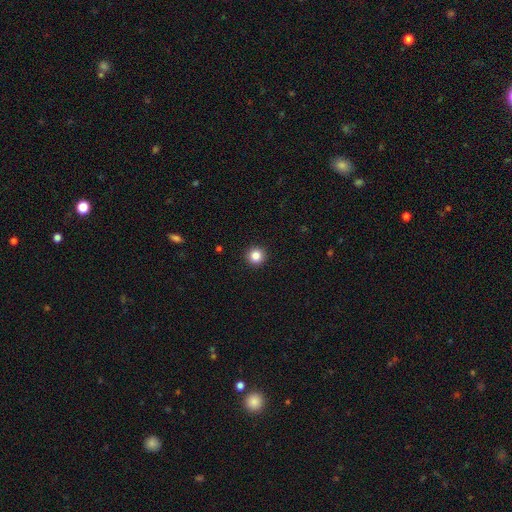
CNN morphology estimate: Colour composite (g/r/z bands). It shows a smooth galaxy with no disk features (85%) that is round (96%). Merging: none (93%).